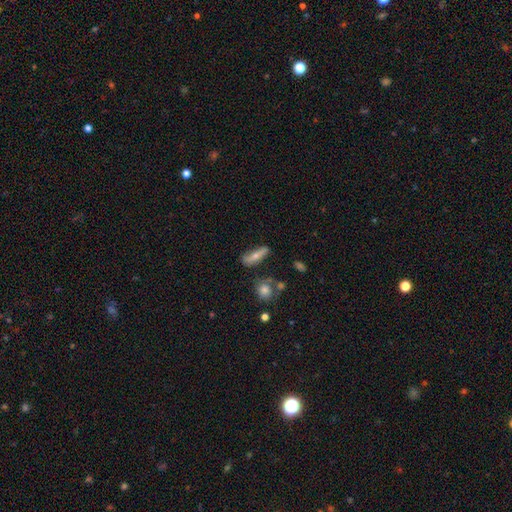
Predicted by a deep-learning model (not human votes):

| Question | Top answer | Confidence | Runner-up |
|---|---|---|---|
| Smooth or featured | smooth | 53% | featured or disk (39%) |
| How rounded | cigar-shaped | 53% | in between (42%) |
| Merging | none | 64% | minor disturbance (21%) |